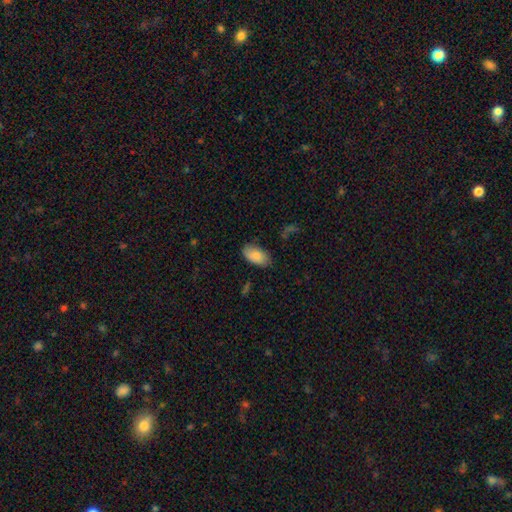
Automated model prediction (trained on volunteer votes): smooth_or_featured: smooth (p=0.83) [alt: featured or disk p=0.10]
how_rounded: in between (p=0.95) [alt: round p=0.04]
merging: none (p=0.76) [alt: minor disturbance p=0.19]